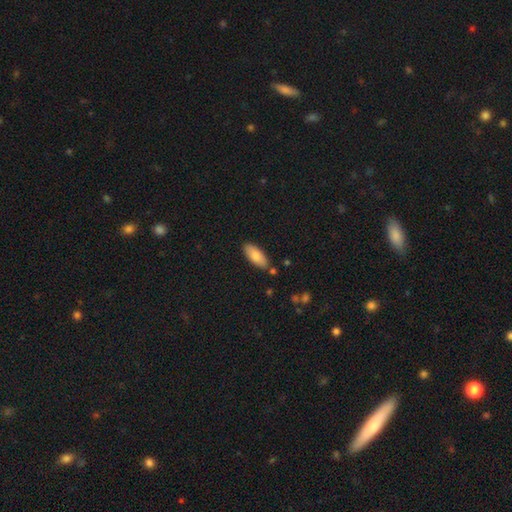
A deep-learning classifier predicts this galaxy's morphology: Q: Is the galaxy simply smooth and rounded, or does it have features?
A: smooth — 82%.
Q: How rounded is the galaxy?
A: in between — 81%.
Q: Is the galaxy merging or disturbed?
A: none — 84%.